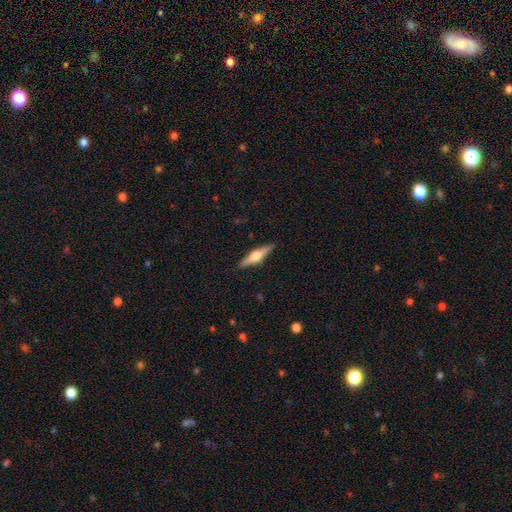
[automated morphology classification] Smooth or featured?
  - featured or disk: 68% *
  - smooth: 26%
  - star or artifact: 6%
Edge-on disk?
  - yes: 97% *
  - no: 3%
Edge-on bulge?
  - rounded: 94% *
  - boxy: 4%
  - none: 2%
Merging?
  - none: 90% *
  - minor disturbance: 7%
  - major disturbance: 2%
  - merger: 1%